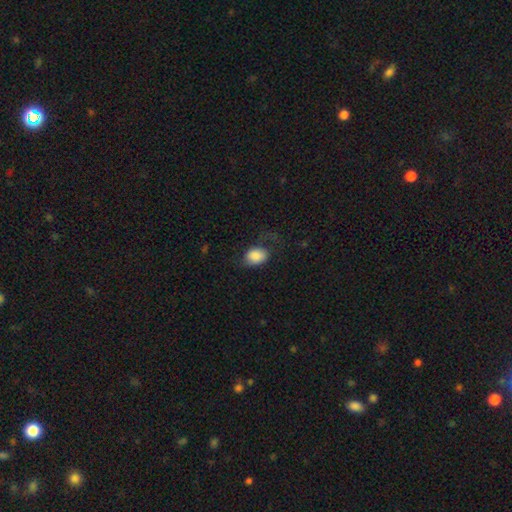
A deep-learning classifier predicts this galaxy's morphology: Smooth or featured: smooth — 84% (featured or disk — 9%)
How rounded: in between — 75% (round — 23%)
Merging: none — 51% (minor disturbance — 24%)